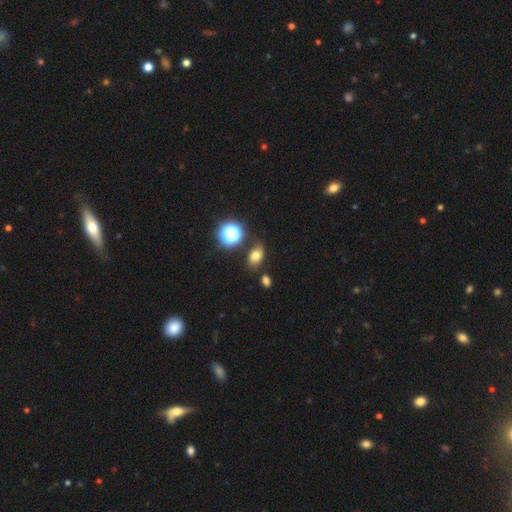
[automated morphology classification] smooth-or-featured: smooth: 71% | star or artifact: 18% | featured or disk: 11%
  how-rounded: in between: 75% | round: 24% | cigar-shaped: 2%
  merging: none: 76% | minor disturbance: 14% | merger: 6% | major disturbance: 4%